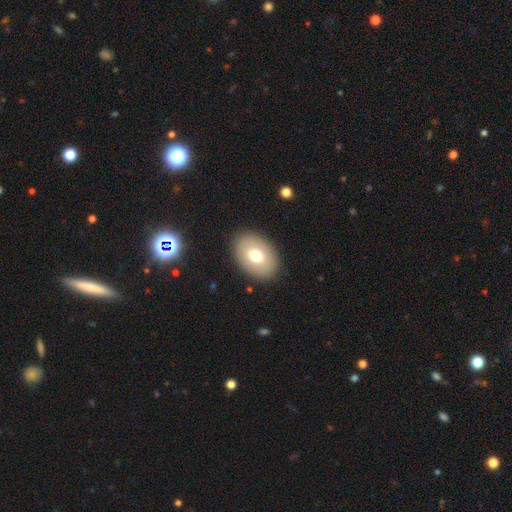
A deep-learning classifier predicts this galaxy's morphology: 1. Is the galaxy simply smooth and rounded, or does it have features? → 71% smooth, 21% featured or disk, 8% star or artifact.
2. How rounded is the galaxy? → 82% in between, 17% round, 1% cigar-shaped.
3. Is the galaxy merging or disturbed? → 88% none, 8% minor disturbance, 3% major disturbance, 1% merger.